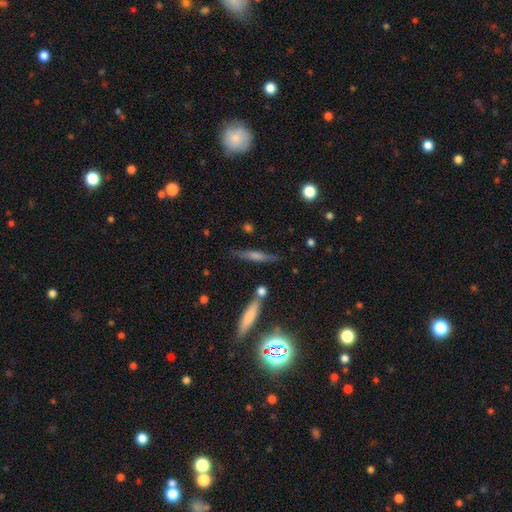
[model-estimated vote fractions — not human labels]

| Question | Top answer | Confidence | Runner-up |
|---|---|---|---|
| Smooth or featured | featured or disk | 51% | smooth (37%) |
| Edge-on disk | yes | 92% | no (8%) |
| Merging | none | 79% | minor disturbance (12%) |